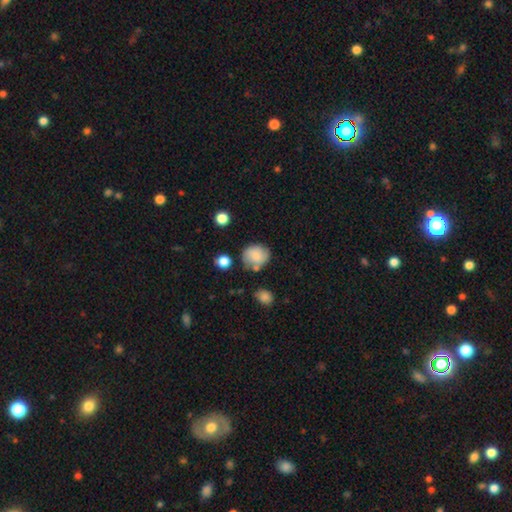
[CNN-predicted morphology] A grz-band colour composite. It shows a smooth galaxy with no disk features (71%) that is round (73%). Merging: none (63%).